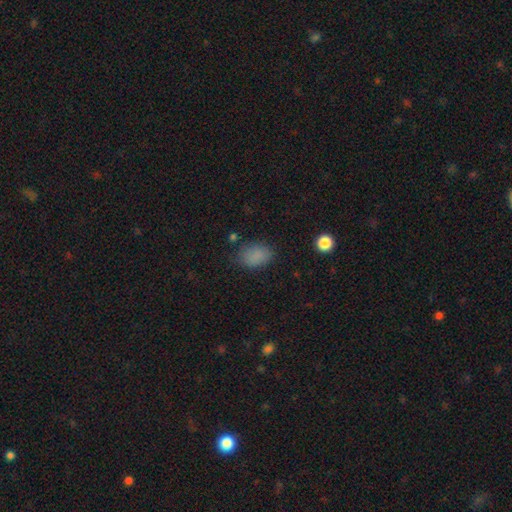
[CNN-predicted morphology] smooth_or_featured: smooth (p=0.84) [alt: star or artifact p=0.12]
how_rounded: in between (p=0.79) [alt: round p=0.20]
merging: none (p=0.76) [alt: minor disturbance p=0.17]